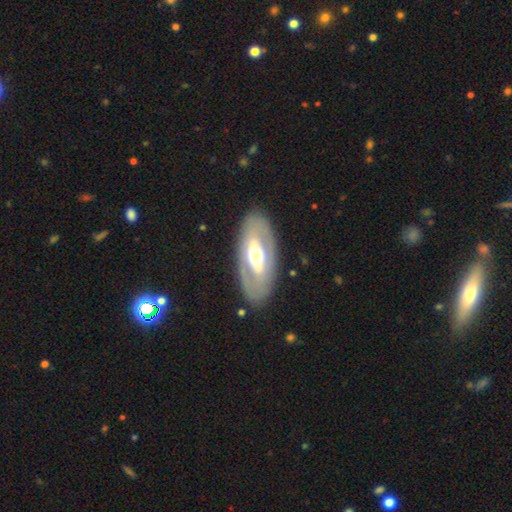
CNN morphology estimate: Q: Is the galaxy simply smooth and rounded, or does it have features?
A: featured or disk — 63%.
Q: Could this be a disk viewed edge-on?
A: no — 85%.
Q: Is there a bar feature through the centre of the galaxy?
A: no — 50%.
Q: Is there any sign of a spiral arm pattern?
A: no — 78%.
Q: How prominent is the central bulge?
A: moderate — 60%.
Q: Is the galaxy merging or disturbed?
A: none — 84%.